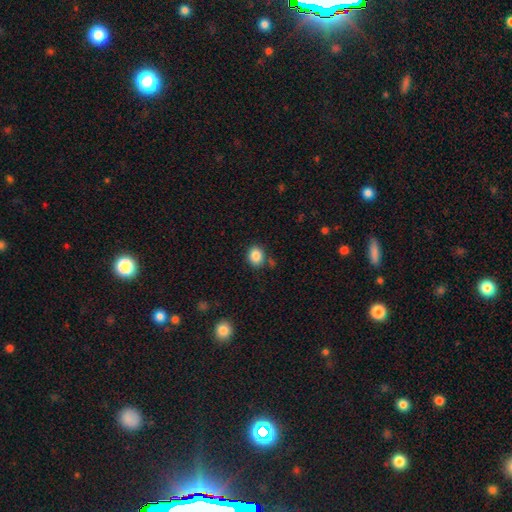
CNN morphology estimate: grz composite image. It shows a smooth galaxy with no disk features (86%) that is round (62%). Merging: none (81%).